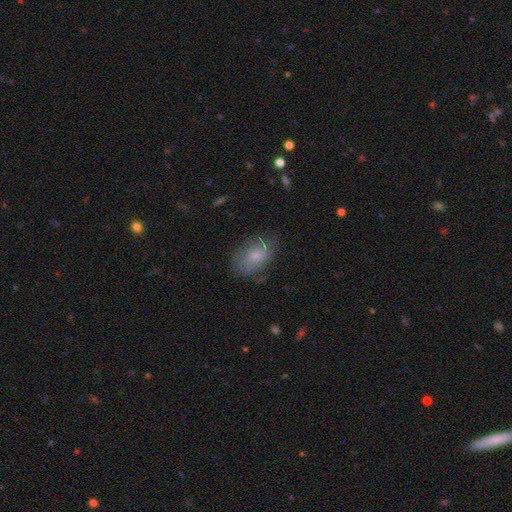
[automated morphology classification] A smooth galaxy with no disk features (73%) that is in between round and cigar-shaped (87%).

Vote fractions:
- Smooth or featured? smooth: 73% / featured or disk: 19% / star or artifact: 8%
- How rounded? in between: 87% / round: 12% / cigar-shaped: 2%
- Merging? none: 72% / minor disturbance: 20% / major disturbance: 6% / merger: 1%